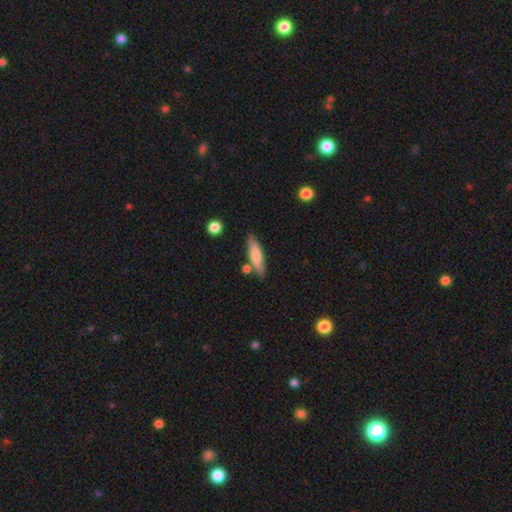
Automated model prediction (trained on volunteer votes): Smooth or featured? smooth (72%)
How rounded? cigar-shaped (71%)
Merging? none (75%)